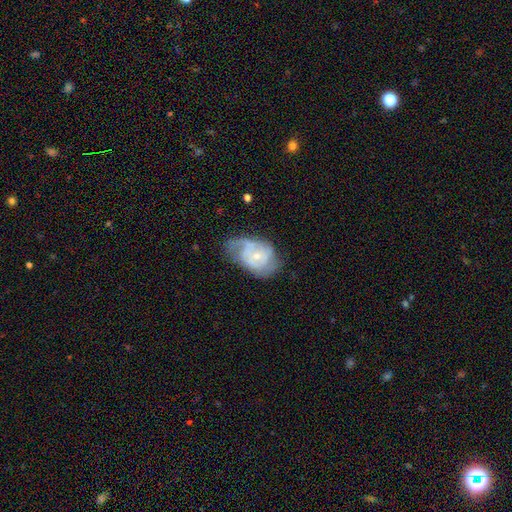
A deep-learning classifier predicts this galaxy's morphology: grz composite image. It shows a featured or disk galaxy (74%) with no bar (65%), 2 (42%) tight (41%, tied with medium) spiral arms (86%) and a small central bulge (64%). Merging: none (44%).